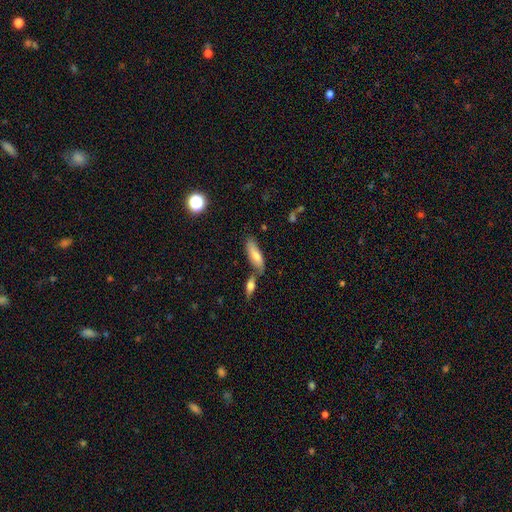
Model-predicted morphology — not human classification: smooth 68%, featured or disk 25%, star or artifact 7%. Down the decision tree: how rounded — in between (57%); merging — none (58%).